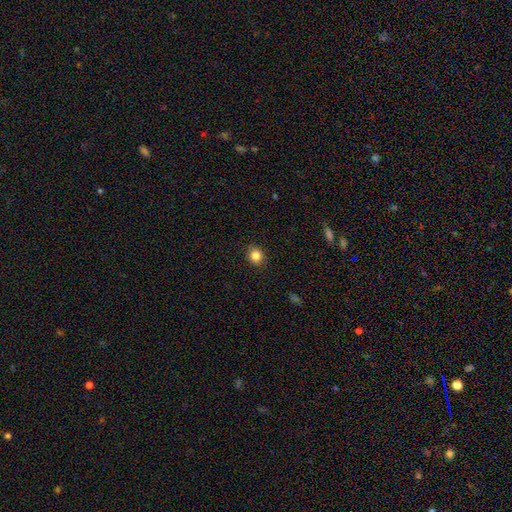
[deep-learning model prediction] smooth_or_featured: smooth (p=0.84) [alt: star or artifact p=0.11]
how_rounded: round (p=0.74) [alt: in between p=0.25]
merging: none (p=0.90) [alt: minor disturbance p=0.07]